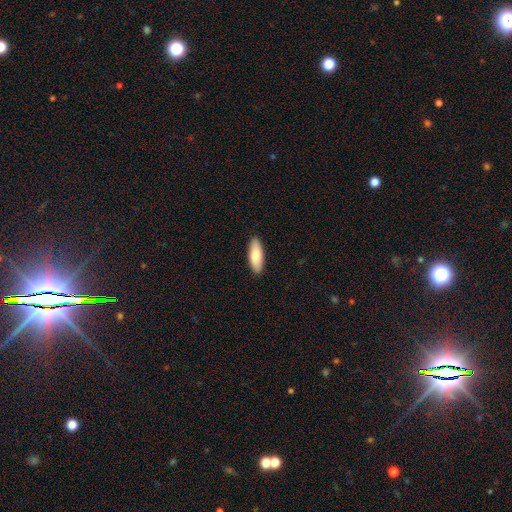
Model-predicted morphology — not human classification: Smooth or featured? smooth (84%)
How rounded? in between (63%)
Merging? none (90%)